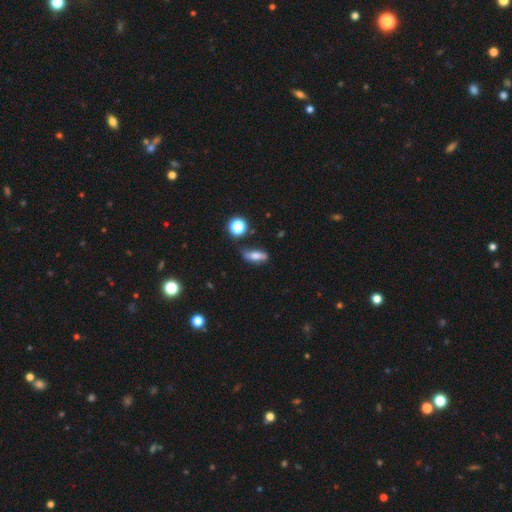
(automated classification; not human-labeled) Smooth or featured?
  - smooth: 67% *
  - featured or disk: 22%
  - star or artifact: 12%
How rounded?
  - in between: 62% *
  - cigar-shaped: 31%
  - round: 7%
Merging?
  - none: 68% *
  - minor disturbance: 22%
  - major disturbance: 6%
  - merger: 4%